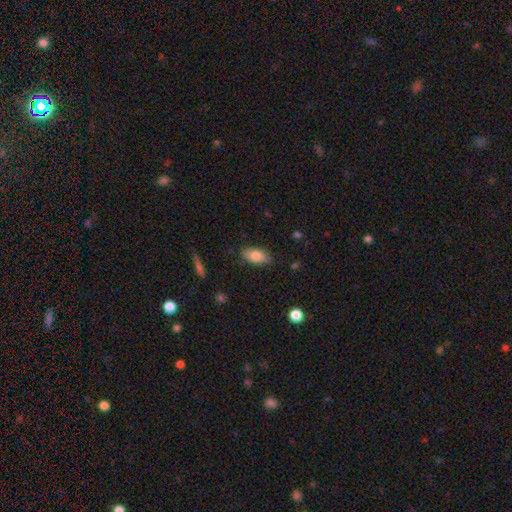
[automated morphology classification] A smooth galaxy with no disk features (82%) that is in between round and cigar-shaped (90%).

Vote fractions:
- Smooth or featured? smooth: 82% / featured or disk: 11% / star or artifact: 7%
- How rounded? in between: 90% / cigar-shaped: 6% / round: 4%
- Merging? none: 83% / minor disturbance: 13% / major disturbance: 3% / merger: 1%